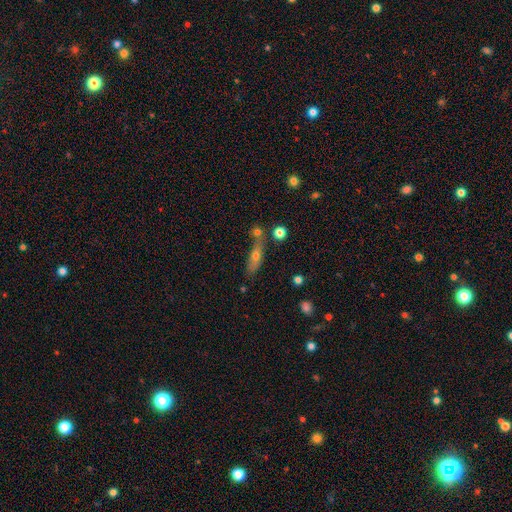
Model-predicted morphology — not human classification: A smooth galaxy with no disk features (48%). Merging: none (57%).